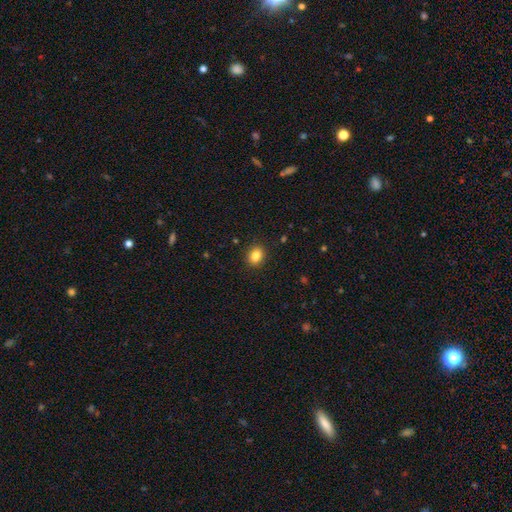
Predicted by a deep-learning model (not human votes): Overall: smooth (84%). How rounded: round (58%; in between 41%). Merging: none (90%).